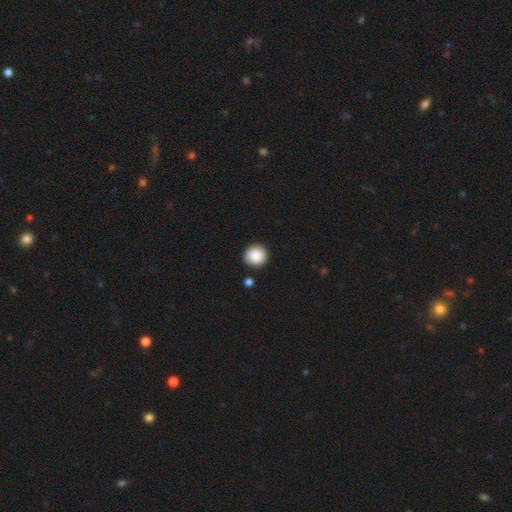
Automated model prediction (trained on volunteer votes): This is clearly a smooth galaxy (88%). How rounded: clearly round (92%). Merging: clearly none (87%).